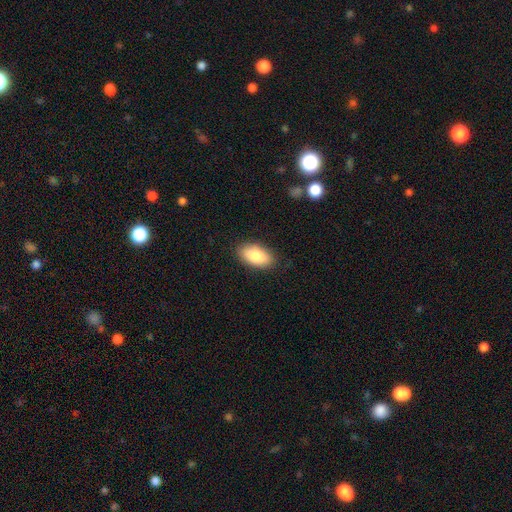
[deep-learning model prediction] A smooth galaxy with no disk features (85%) that is in between round and cigar-shaped (93%).

Vote fractions:
- Smooth or featured? smooth: 85% / featured or disk: 9% / star or artifact: 6%
- How rounded? in between: 93% / cigar-shaped: 3% / round: 3%
- Merging? none: 87% / minor disturbance: 10% / major disturbance: 2% / merger: 1%